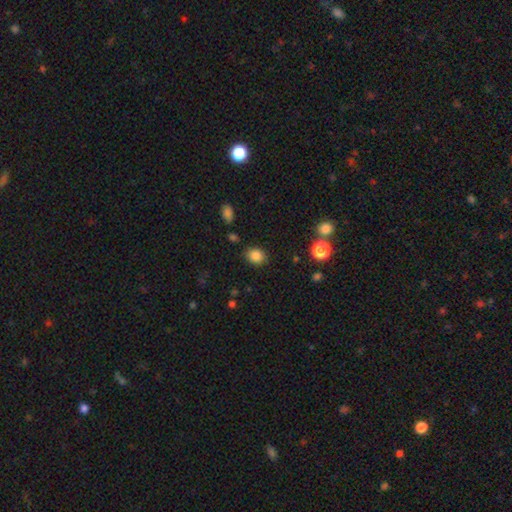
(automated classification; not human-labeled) The model was most divided on "how rounded": round: 56%, in between: 43%, cigar-shaped: 1%. More confident: merging — none (85%); smooth or featured — smooth (84%).